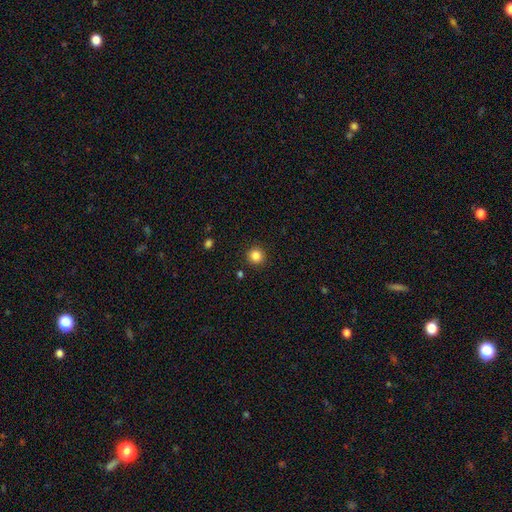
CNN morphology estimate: Smooth or featured? Predicted: smooth (p=0.85). How rounded? Predicted: round (p=0.94). Merging? Predicted: none (p=0.92).